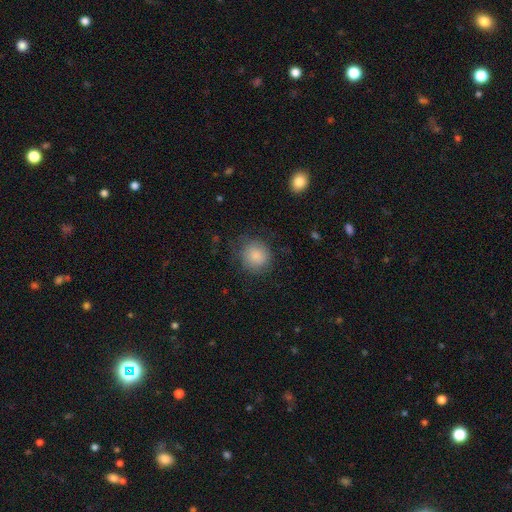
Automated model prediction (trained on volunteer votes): Smooth or featured? Predicted: smooth (p=0.85). How rounded? Predicted: round (p=0.88). Merging? Predicted: none (p=0.73).